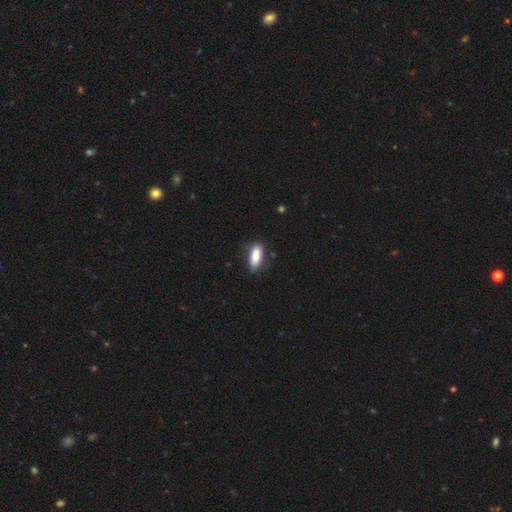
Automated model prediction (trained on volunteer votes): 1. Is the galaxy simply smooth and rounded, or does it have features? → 86% smooth, 7% featured or disk, 7% star or artifact.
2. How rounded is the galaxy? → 79% in between, 19% cigar-shaped, 2% round.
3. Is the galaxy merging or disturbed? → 69% none, 24% minor disturbance, 5% major disturbance, 2% merger.